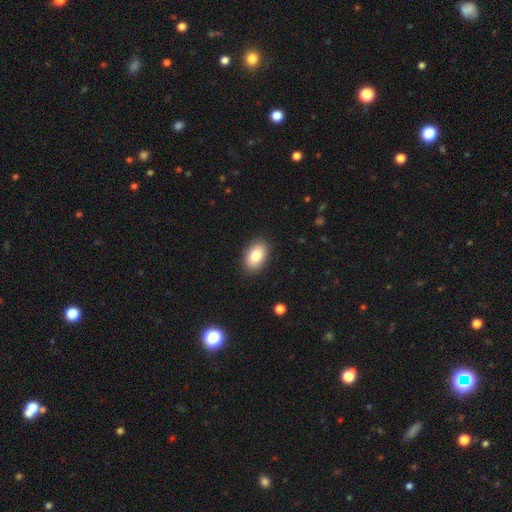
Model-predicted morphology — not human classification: Smooth or featured? smooth (84%)
How rounded? in between (91%)
Merging? none (89%)